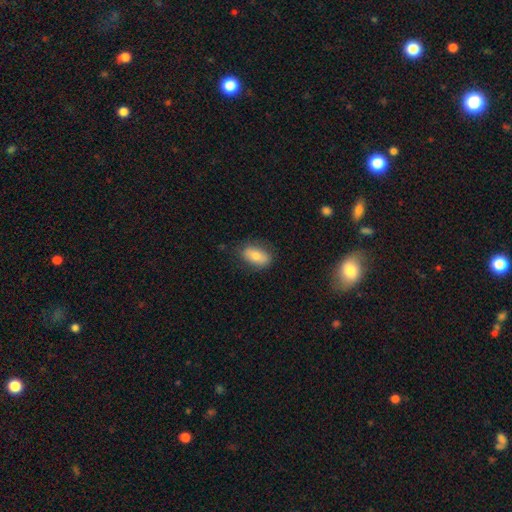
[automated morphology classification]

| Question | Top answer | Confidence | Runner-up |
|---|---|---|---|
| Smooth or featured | smooth | 75% | featured or disk (18%) |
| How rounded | in between | 88% | round (8%) |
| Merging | none | 79% | minor disturbance (16%) |